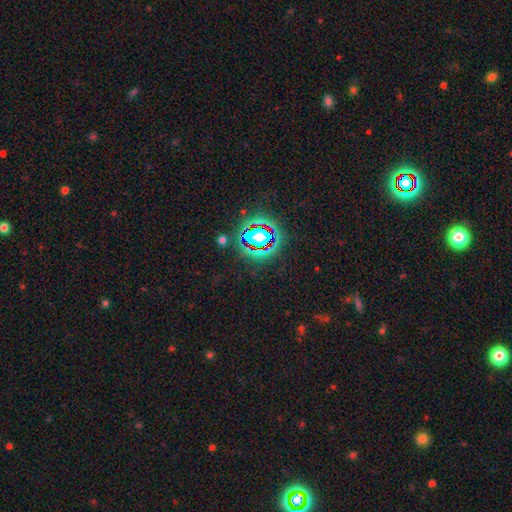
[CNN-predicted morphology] star or artifact 81%, smooth 12%, featured or disk 8%.